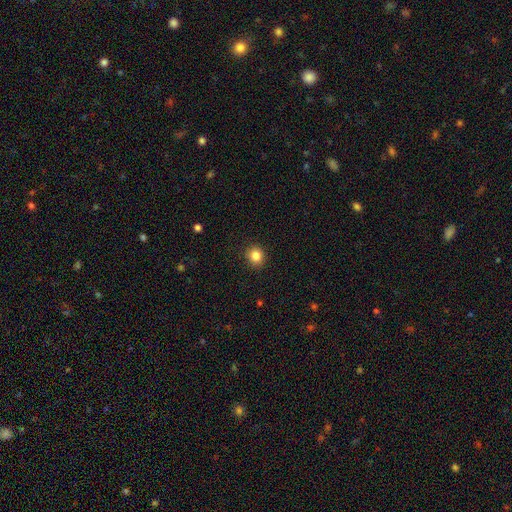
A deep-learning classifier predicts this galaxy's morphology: This appears to be a smooth galaxy with no disk features (84%) that is round (82%). Merging: none (90%).